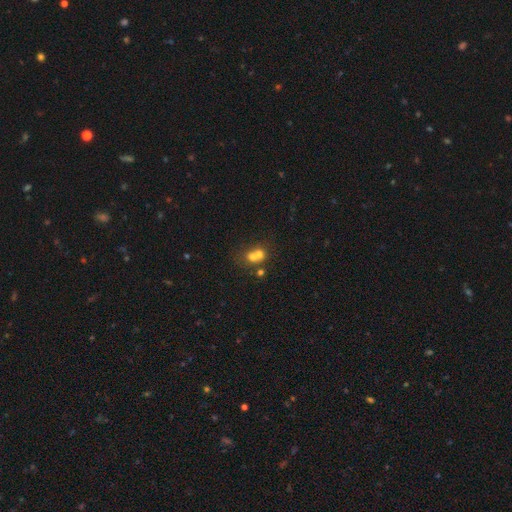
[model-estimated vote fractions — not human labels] Smooth or featured? Predicted: smooth (p=0.63). How rounded? Predicted: round (p=0.75). Merging? Predicted: merger (p=0.63).